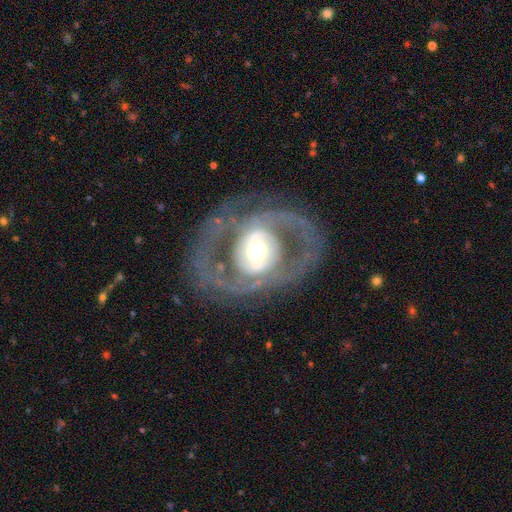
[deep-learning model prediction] This appears to be a featured or disk galaxy (80%) with no bar (60%), 2 (72%) medium (44%) spiral arms (67%) and a moderate central bulge (54%). Merging: none (67%).